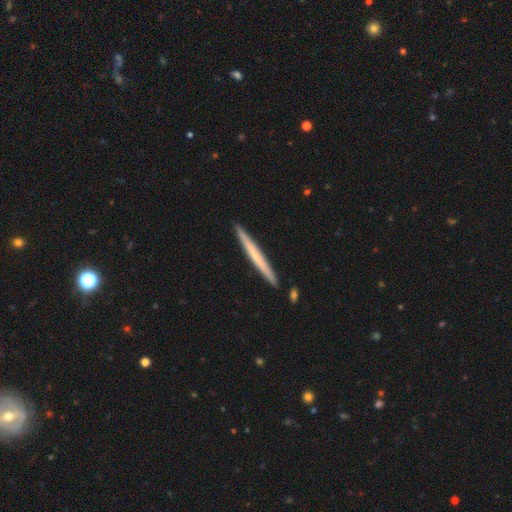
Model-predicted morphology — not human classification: This appears to be a smooth galaxy with no disk features (49%). Merging: none (91%).